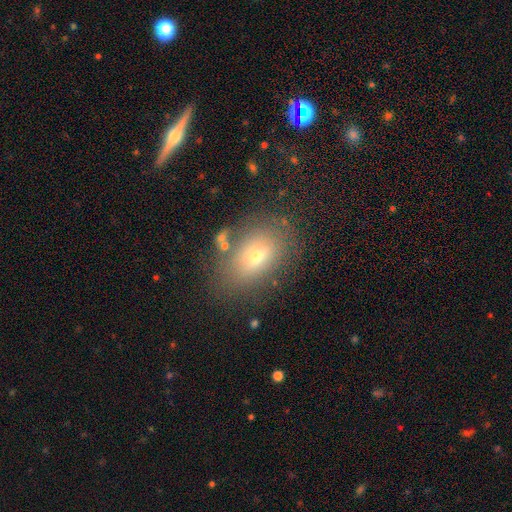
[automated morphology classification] A smooth galaxy with no disk features (65%) that is in between round and cigar-shaped (80%). Merging: none (74%).